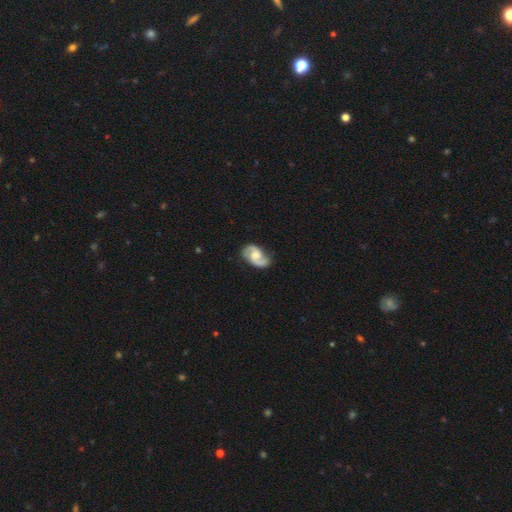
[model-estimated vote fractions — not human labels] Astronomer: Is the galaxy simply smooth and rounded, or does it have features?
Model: featured or disk — 81%.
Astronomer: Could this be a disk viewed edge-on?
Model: no — 97%.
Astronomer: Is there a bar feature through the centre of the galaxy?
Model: no — 52% (runner-up: weak, 40%).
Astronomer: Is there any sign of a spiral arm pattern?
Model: yes — 96%.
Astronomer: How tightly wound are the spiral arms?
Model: medium — 50% (runner-up: loose, 27%).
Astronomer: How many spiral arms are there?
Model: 2 — 91%.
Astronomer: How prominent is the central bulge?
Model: moderate — 50%.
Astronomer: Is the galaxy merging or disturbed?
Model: none — 76%.